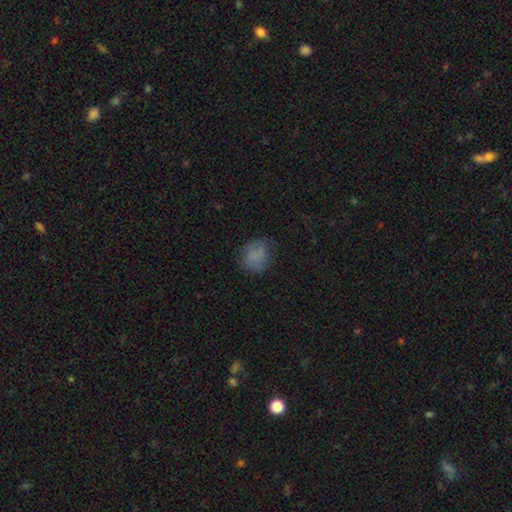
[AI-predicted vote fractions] smooth 76%, featured or disk 13%, star or artifact 12%. Down the decision tree: how rounded — round (72%); merging — none (69%).